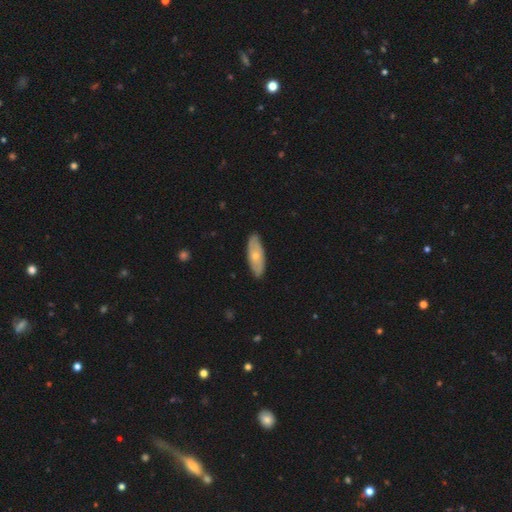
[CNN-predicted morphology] smooth 51%, featured or disk 44%, star or artifact 5%. Down the decision tree: how rounded — in between (71%); merging — none (86%).